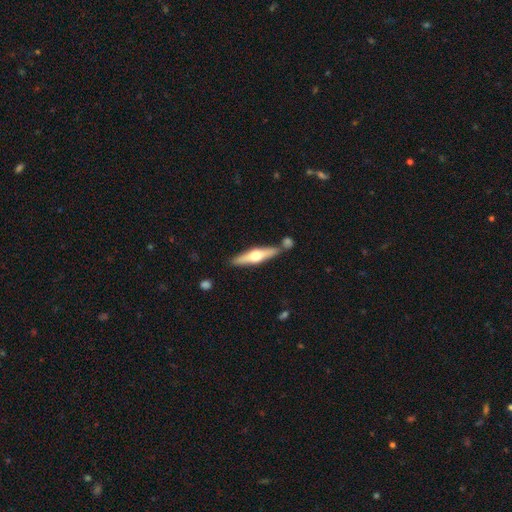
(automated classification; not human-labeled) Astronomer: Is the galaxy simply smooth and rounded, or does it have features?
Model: featured or disk — 60% (runner-up: smooth, 35%).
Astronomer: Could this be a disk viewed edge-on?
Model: yes — 94%.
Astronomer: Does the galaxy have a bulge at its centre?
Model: rounded — 94%.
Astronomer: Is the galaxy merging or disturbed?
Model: none — 75%.